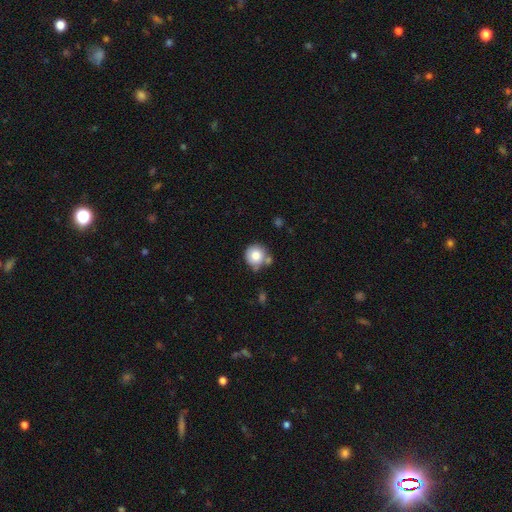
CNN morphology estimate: This appears to be a smooth galaxy with no disk features (81%) that is round (91%). Merging: none (59%).